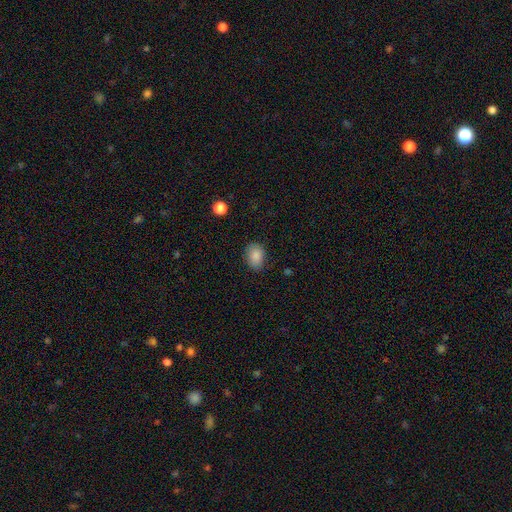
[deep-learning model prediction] Q: Smooth or featured?
A: smooth (87%); runner-up: star or artifact (8%)
Q: How rounded?
A: in between (73%); runner-up: round (26%)
Q: Merging?
A: none (83%); runner-up: minor disturbance (13%)